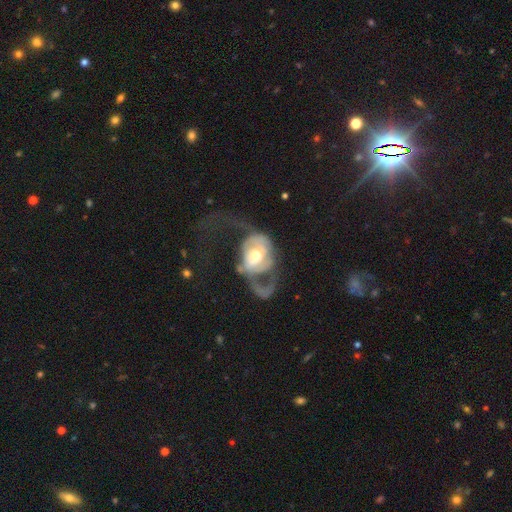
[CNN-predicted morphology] smooth-or-featured: featured or disk: 62% | smooth: 32% | star or artifact: 6%
  disk-edge-on: no: 96% | yes: 4%
    bar: no: 67% | weak: 24% | strong: 9%
    has-spiral-arms: no: 50% (tied) | yes: 50% (tied)
    bulge-size: moderate: 66% | large: 20% | small: 11% | dominant: 2% | none: 1%
  merging: major disturbance: 68% | none: 14% | minor disturbance: 10% | merger: 9%